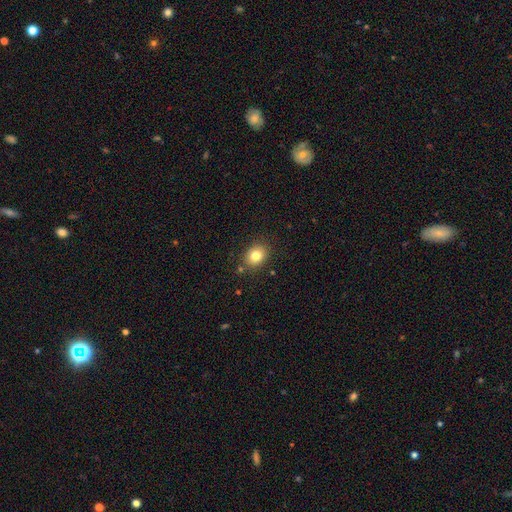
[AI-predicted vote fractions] Smooth or featured: smooth — 81% (star or artifact — 11%)
How rounded: round — 50% (in between — 49%)
Merging: none — 84% (minor disturbance — 10%)